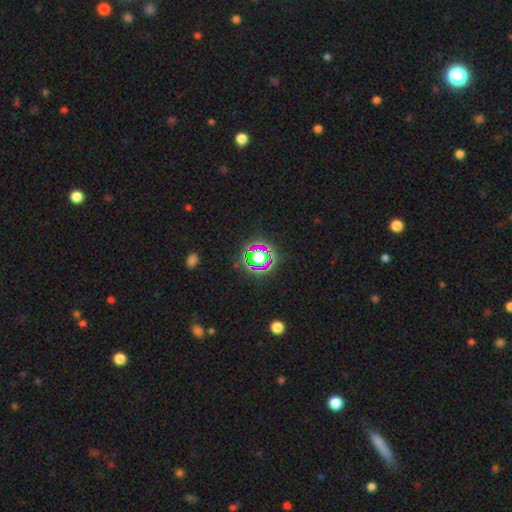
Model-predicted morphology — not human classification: Overall: star or artifact (56%; smooth 29%).